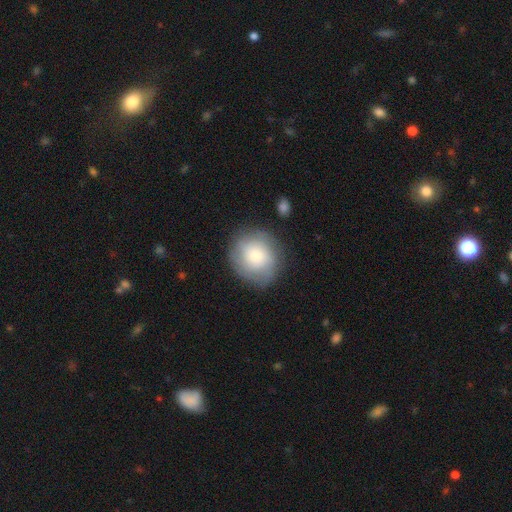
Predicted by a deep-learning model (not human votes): smooth 67%, featured or disk 26%, star or artifact 8%. Down the decision tree: how rounded — round (86%); merging — none (78%).